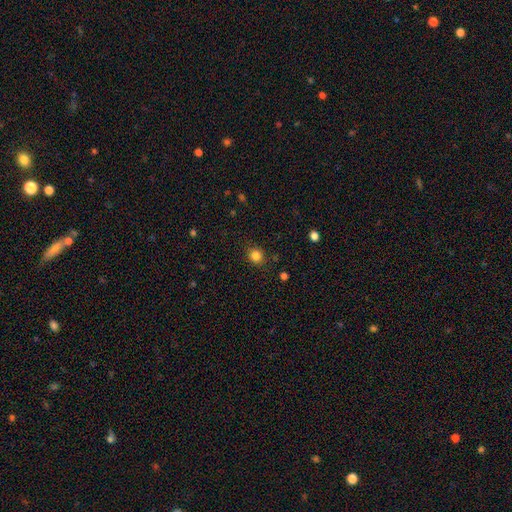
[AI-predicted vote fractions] smooth 83%, star or artifact 12%, featured or disk 5%. Down the decision tree: how rounded — round (83%); merging — none (87%).